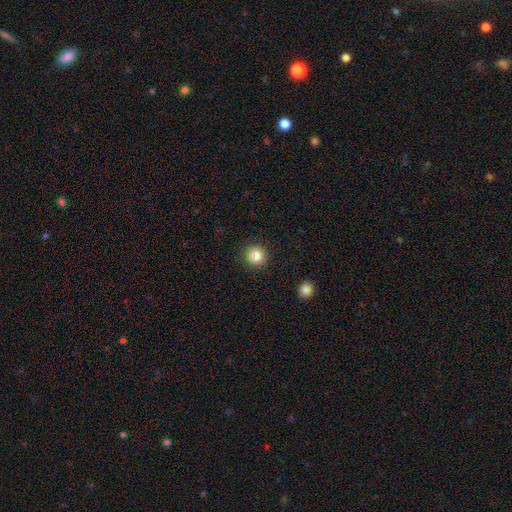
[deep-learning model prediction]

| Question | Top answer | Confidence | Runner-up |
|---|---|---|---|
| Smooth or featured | smooth | 85% | star or artifact (10%) |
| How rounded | round | 94% | in between (5%) |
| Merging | none | 91% | minor disturbance (6%) |